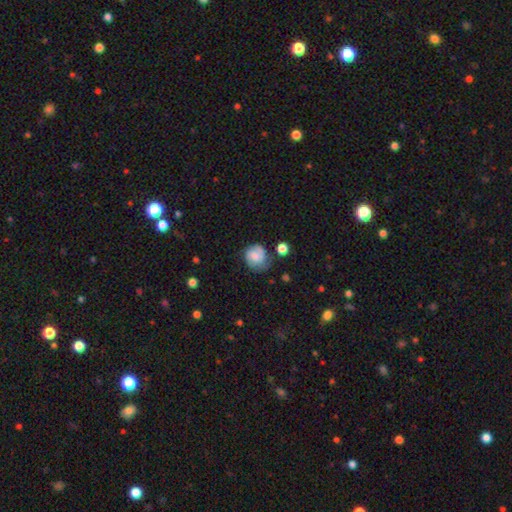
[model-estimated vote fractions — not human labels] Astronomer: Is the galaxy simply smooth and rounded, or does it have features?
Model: smooth — 51% (runner-up: featured or disk, 41%).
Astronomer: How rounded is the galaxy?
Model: round — 77%.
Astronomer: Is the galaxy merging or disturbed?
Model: none — 56%.